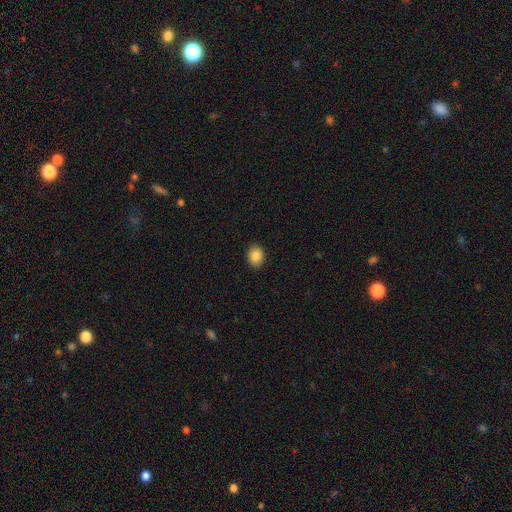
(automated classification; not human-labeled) This appears to be a smooth galaxy with no disk features (87%) that is in between round and cigar-shaped (56%). Merging: none (90%).